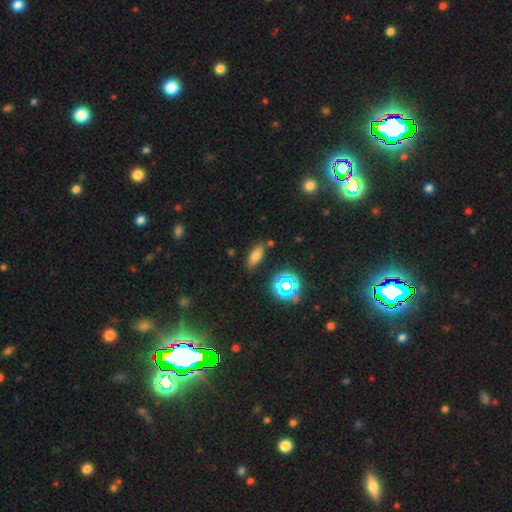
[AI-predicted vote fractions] This is likely a smooth galaxy (63%). How rounded: likely in between (79%). Merging: clearly none (81%).